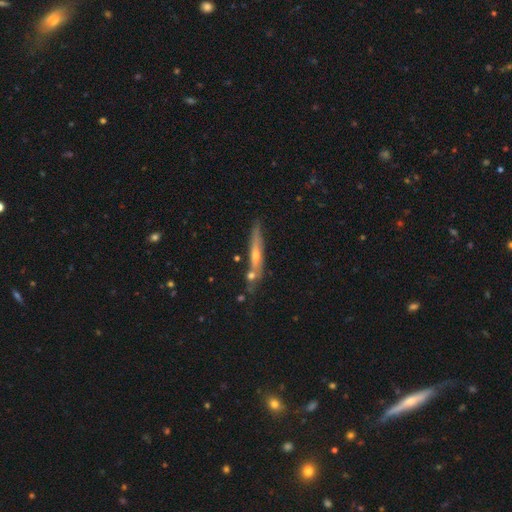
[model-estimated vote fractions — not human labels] The model was most divided on "smooth or featured": featured or disk: 60%, smooth: 32%, star or artifact: 8%. More confident: edge-on disk — yes (86%); merging — none (66%); edge-on bulge — rounded (65%).